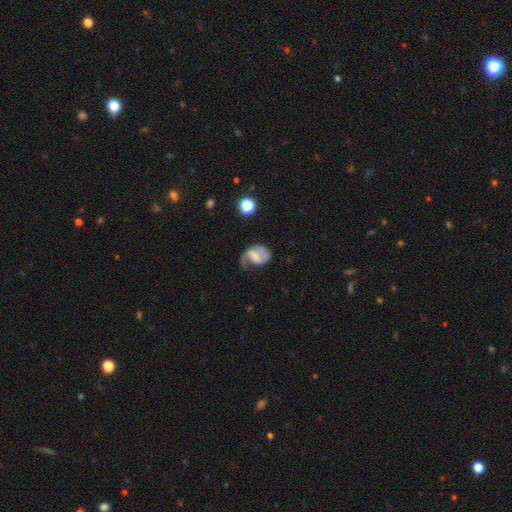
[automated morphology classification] A featured or disk galaxy (71%) with a weak bar (47%), 2 (64%) medium (42%) spiral arms (88%) and a small central bulge (36%).

Vote fractions:
- Smooth or featured? featured or disk: 71% / smooth: 22% / star or artifact: 7%
- Edge-on disk? no: 98% / yes: 2%
- Bar? weak: 47% / strong: 31% / no: 21%
- Spiral arms? yes: 88% / no: 12%
- Spiral winding? medium: 42% / loose: 40% / tight: 17%
- Spiral arm count? 2: 64% / 1: 27% / can't tell: 7% / 3: 1% / 4: 1% / more than 4: 1%
- Bulge size? small: 36% / none: 28% / moderate: 28% / large: 5% / dominant: 1%
- Merging? none: 45% / minor disturbance: 27% / major disturbance: 25% / merger: 3%